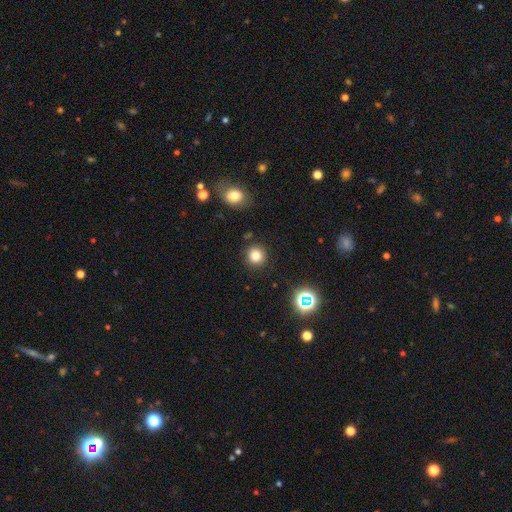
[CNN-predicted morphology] smooth-or-featured: smooth: 80% | star or artifact: 15% | featured or disk: 5%
  how-rounded: round: 93% | in between: 7% | cigar-shaped: 1%
  merging: none: 88% | minor disturbance: 7% | major disturbance: 3% | merger: 2%